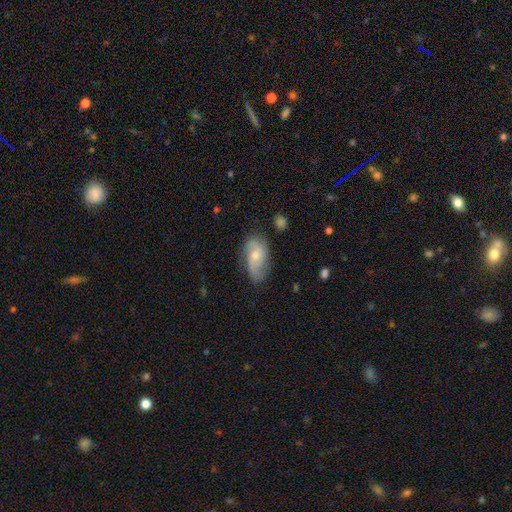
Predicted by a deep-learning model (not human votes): Morphology: type=featured or disk (57%); edge-on=no (95%); bar=no (66%); spiral arms=yes (88%); bulge=small (48%); merging=none (65%).